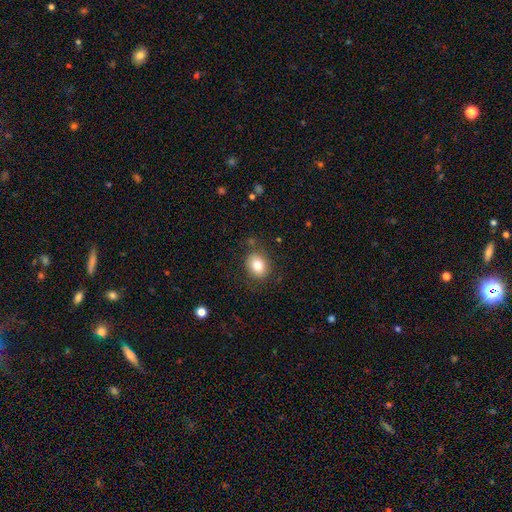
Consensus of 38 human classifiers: This appears to be a smooth galaxy with no disk features (79%) that is round (80%). Merging: none (88%).